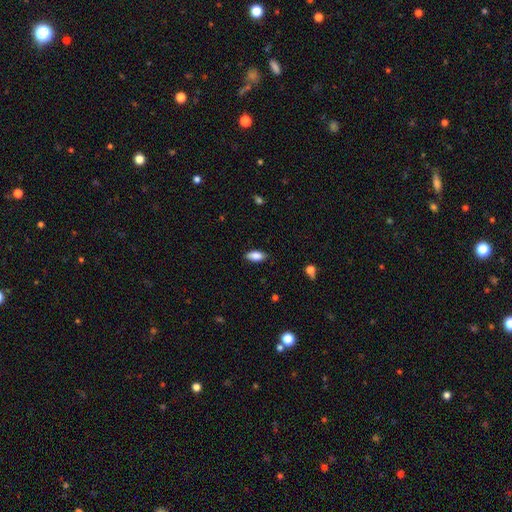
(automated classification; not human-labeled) A smooth galaxy with no disk features (85%) that is in between round and cigar-shaped (87%).

Vote fractions:
- Smooth or featured? smooth: 85% / featured or disk: 8% / star or artifact: 7%
- How rounded? in between: 87% / cigar-shaped: 10% / round: 3%
- Merging? none: 85% / minor disturbance: 12% / major disturbance: 2% / merger: 1%